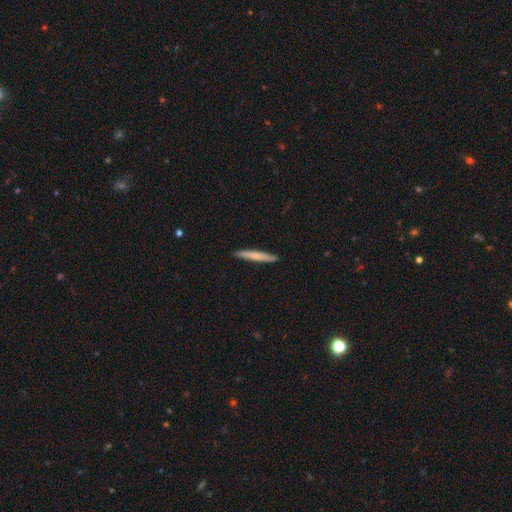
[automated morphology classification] type=smooth (67%); roundness=cigar-shaped (95%); merging=none (90%).